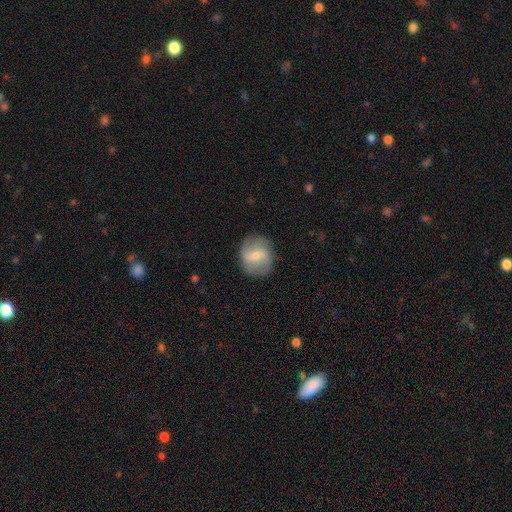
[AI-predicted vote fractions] Morphology: type=featured or disk (49%); merging=none (81%).